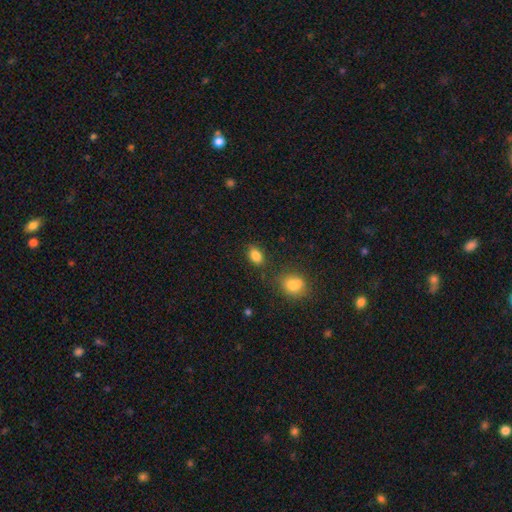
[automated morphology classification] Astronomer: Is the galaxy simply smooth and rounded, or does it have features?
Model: smooth — 85%.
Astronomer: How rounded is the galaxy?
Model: in between — 84%.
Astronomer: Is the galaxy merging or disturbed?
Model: none — 79%.